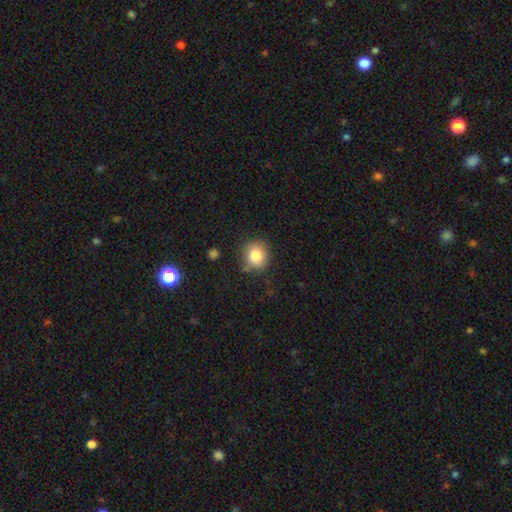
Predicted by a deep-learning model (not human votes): This appears to be a smooth galaxy with no disk features (82%) that is round (80%). Merging: none (82%).